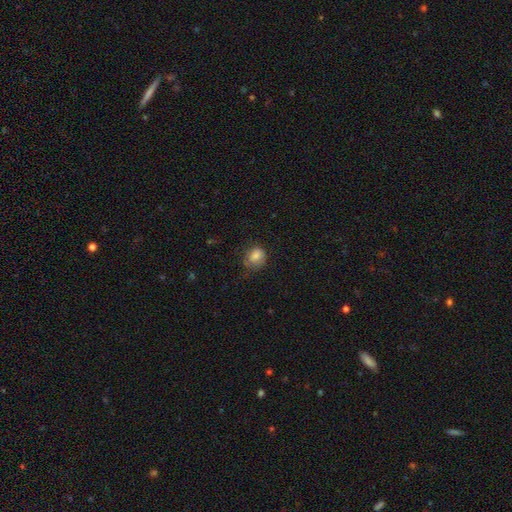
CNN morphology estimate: Smooth or featured?
  - smooth: 78% *
  - featured or disk: 12%
  - star or artifact: 9%
How rounded?
  - round: 60% *
  - in between: 39%
  - cigar-shaped: 1%
Merging?
  - none: 55% *
  - minor disturbance: 29%
  - major disturbance: 14%
  - merger: 2%